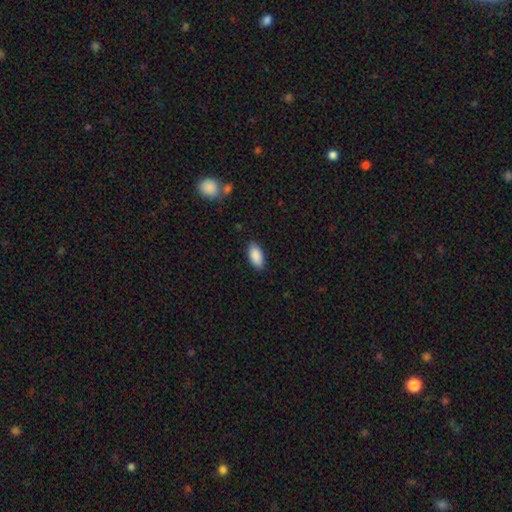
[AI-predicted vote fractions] Morphology: type=smooth (90%); roundness=in between (93%); merging=none (87%).